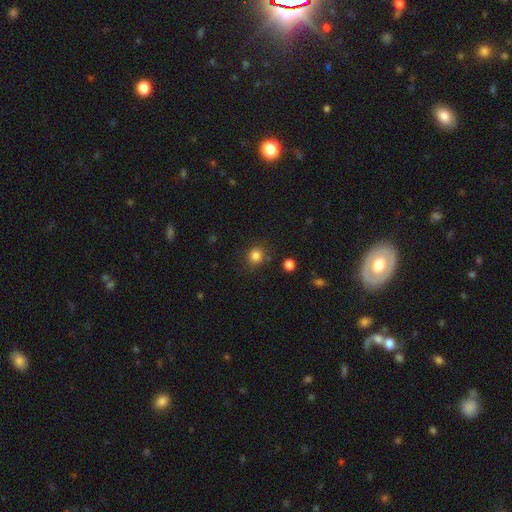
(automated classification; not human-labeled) Morphology: type=smooth (83%); roundness=round (82%); merging=none (82%).